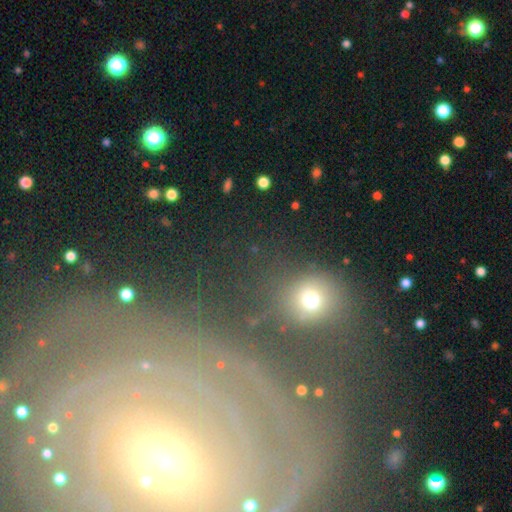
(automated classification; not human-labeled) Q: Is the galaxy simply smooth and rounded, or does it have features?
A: featured or disk — 45%.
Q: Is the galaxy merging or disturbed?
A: none — 75%.